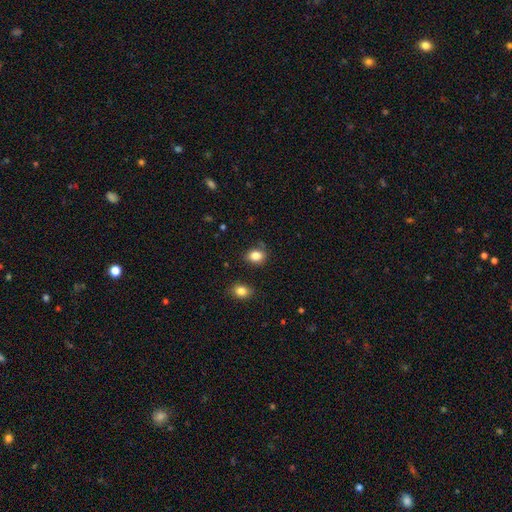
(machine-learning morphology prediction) Smooth or featured? Predicted: smooth (p=0.84). How rounded? Predicted: in between (p=0.58). Merging? Predicted: none (p=0.78).